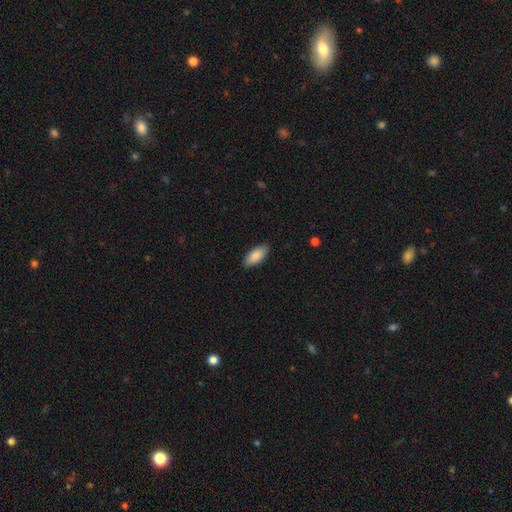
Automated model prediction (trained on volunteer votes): The model was most divided on "how rounded": in between: 87%, cigar-shaped: 11%, round: 2%. More confident: merging — none (88%); smooth or featured — smooth (87%).